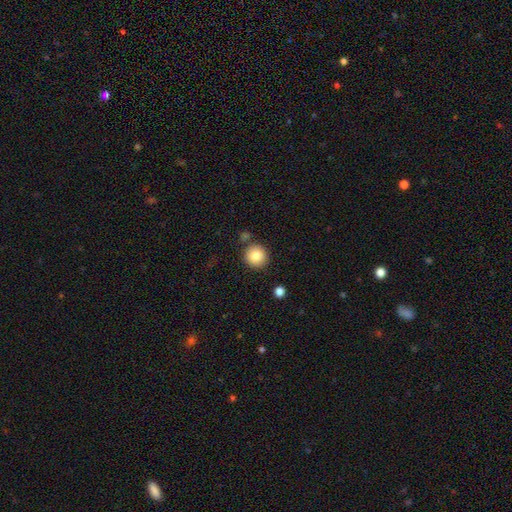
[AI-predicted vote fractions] Smooth or featured?
  - smooth: 86% *
  - star or artifact: 9%
  - featured or disk: 6%
How rounded?
  - round: 92% *
  - in between: 7%
  - cigar-shaped: 1%
Merging?
  - none: 82% *
  - minor disturbance: 9%
  - merger: 7%
  - major disturbance: 3%